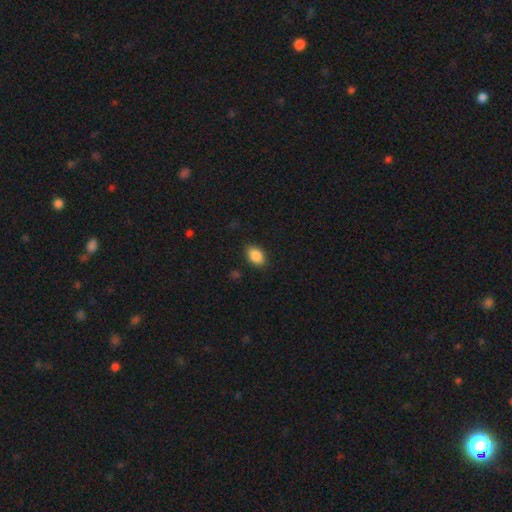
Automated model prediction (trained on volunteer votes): A smooth galaxy with no disk features (88%) that is in between round and cigar-shaped (84%).

Vote fractions:
- Smooth or featured? smooth: 88% / star or artifact: 8% / featured or disk: 4%
- How rounded? in between: 84% / round: 15% / cigar-shaped: 1%
- Merging? none: 87% / minor disturbance: 9% / major disturbance: 2% / merger: 1%